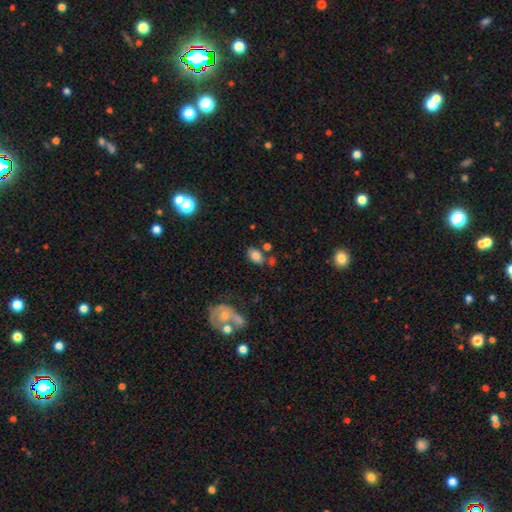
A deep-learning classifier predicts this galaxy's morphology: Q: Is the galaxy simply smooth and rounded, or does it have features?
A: smooth — 80%.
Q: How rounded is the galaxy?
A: in between — 88%.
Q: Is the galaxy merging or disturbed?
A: none — 67%.